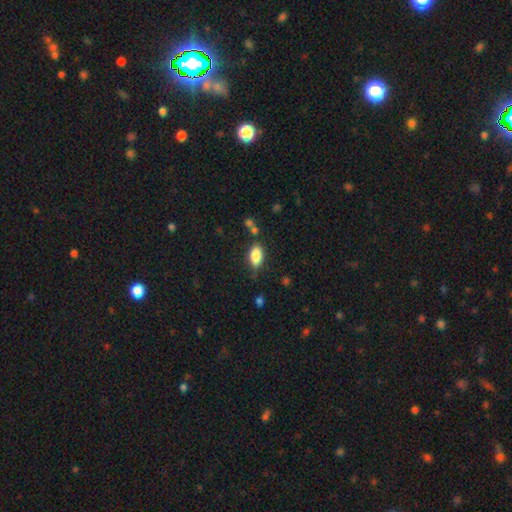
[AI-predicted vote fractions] A smooth galaxy with no disk features (84%) that is in between round and cigar-shaped (90%).

Vote fractions:
- Smooth or featured? smooth: 84% / featured or disk: 8% / star or artifact: 8%
- How rounded? in between: 90% / cigar-shaped: 6% / round: 4%
- Merging? none: 75% / minor disturbance: 17% / major disturbance: 4% / merger: 4%